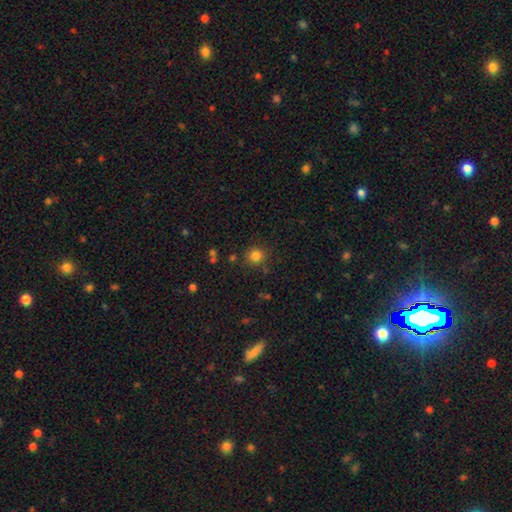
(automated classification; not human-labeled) smooth_or_featured: smooth (p=0.81) [alt: star or artifact p=0.13]
how_rounded: round (p=0.89) [alt: in between p=0.10]
merging: none (p=0.84) [alt: minor disturbance p=0.09]